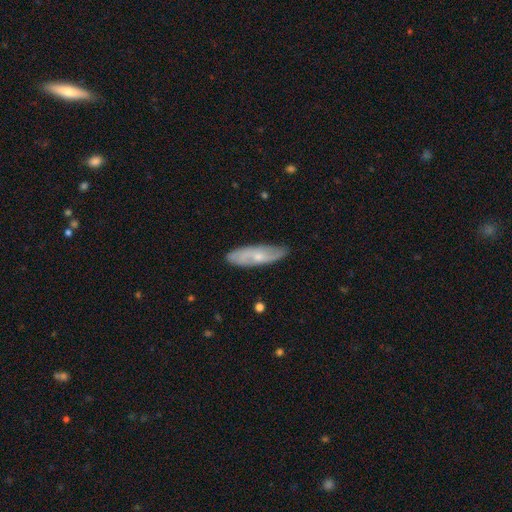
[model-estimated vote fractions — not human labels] Overall: featured or disk (57%; smooth 37%). Edge-on disk: no (75%). Merging: none (82%).